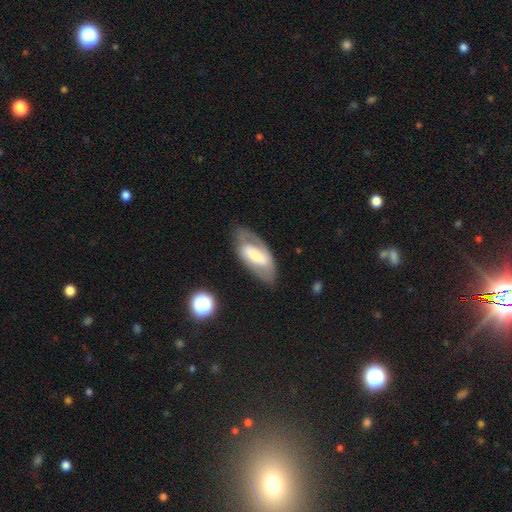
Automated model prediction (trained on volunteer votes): The model was most divided on "bulge size": moderate: 43%, small: 40%, large: 13%, none: 3%, dominant: 2%. Remaining: edge-on disk — no (90%); merging — none (71%); smooth or featured — featured or disk (64%); spiral arms — yes (61%); bar — strong (45%).